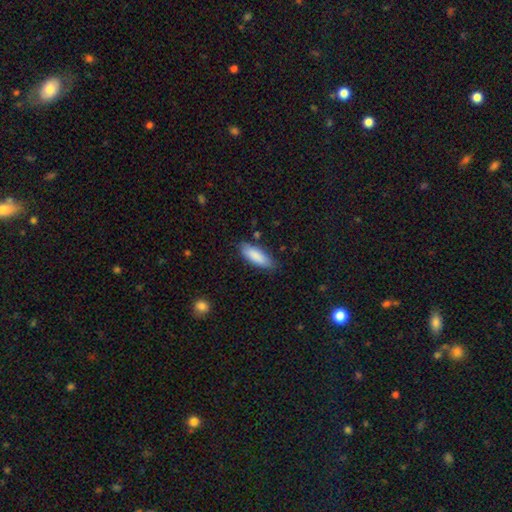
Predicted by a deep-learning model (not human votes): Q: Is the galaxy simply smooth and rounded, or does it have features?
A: smooth — 87%.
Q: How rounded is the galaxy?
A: in between — 67%.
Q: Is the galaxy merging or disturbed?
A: none — 80%.